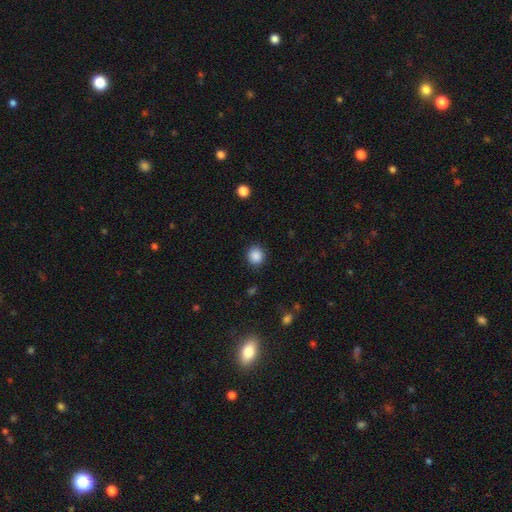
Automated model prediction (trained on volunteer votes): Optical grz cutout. It shows a smooth galaxy with no disk features (87%) that is round (87%). Merging: none (89%).